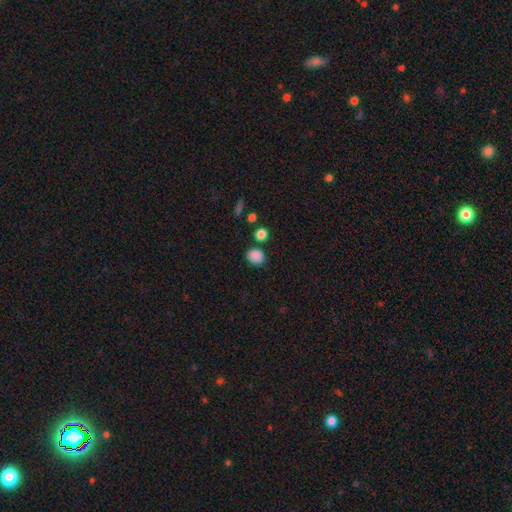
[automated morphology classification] smooth_or_featured: smooth (p=0.86) [alt: star or artifact p=0.11]
how_rounded: round (p=0.59) [alt: in between p=0.40]
merging: none (p=0.78) [alt: minor disturbance p=0.13]